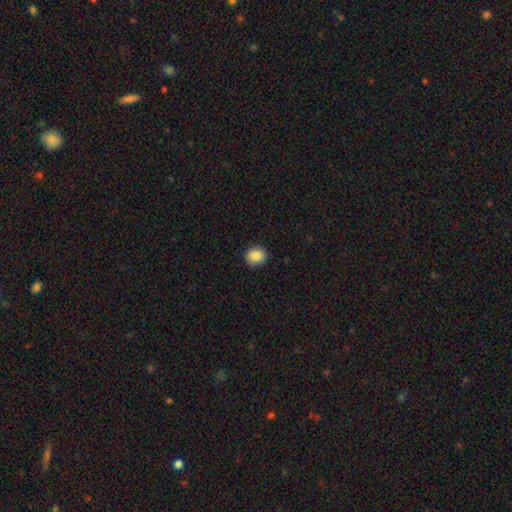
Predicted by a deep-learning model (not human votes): The model was most divided on "how rounded": round: 75%, in between: 24%, cigar-shaped: 1%. More confident: merging — none (90%); smooth or featured — smooth (87%).